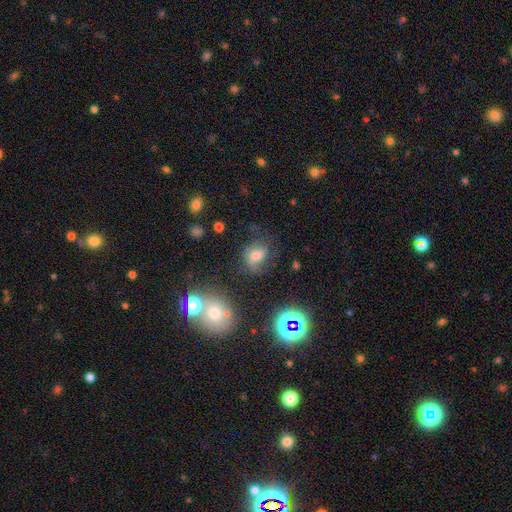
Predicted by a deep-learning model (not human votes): A smooth galaxy with no disk features (61%) that is in between round and cigar-shaped (60%). Merging: none (57%).